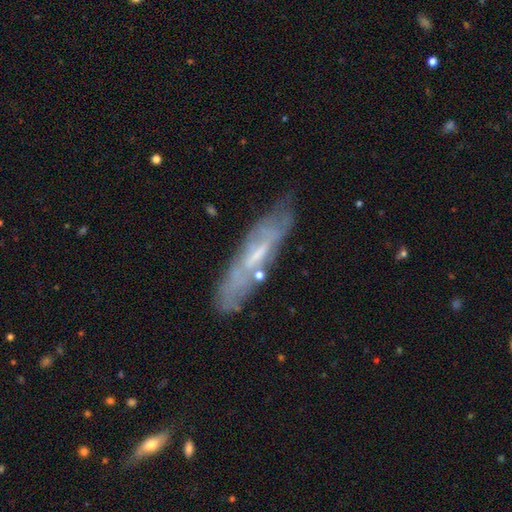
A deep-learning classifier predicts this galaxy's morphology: type=featured or disk (61%); edge-on=no (56%); merging=none (62%).